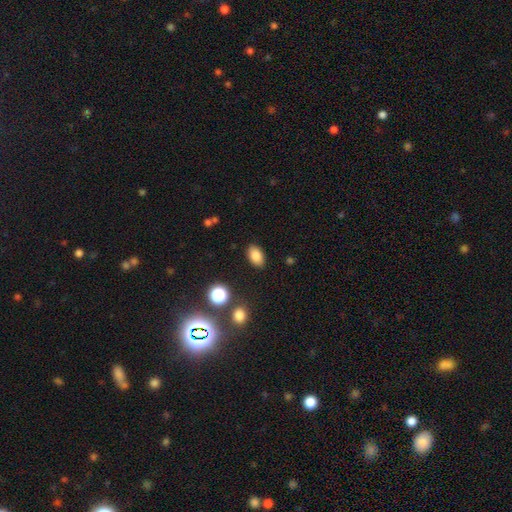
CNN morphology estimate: smooth-or-featured: smooth: 83% | star or artifact: 11% | featured or disk: 7%
  how-rounded: in between: 89% | round: 9% | cigar-shaped: 2%
  merging: none: 87% | minor disturbance: 9% | major disturbance: 3% | merger: 2%